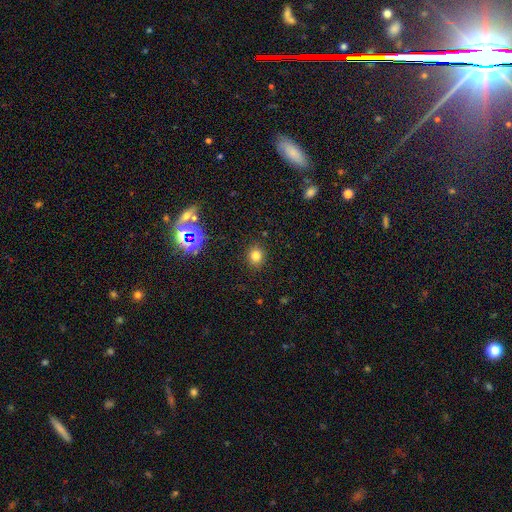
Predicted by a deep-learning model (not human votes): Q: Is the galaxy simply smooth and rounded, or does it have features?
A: smooth — 75%.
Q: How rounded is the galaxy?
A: round — 75%.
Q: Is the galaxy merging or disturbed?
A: none — 88%.